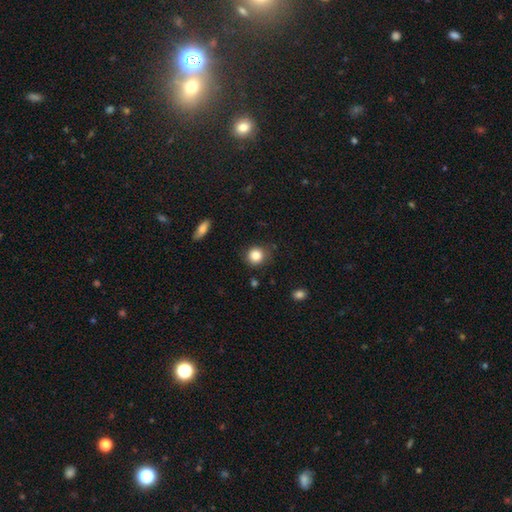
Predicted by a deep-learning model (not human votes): smooth_or_featured: smooth (p=0.85) [alt: star or artifact p=0.10]
how_rounded: round (p=0.88) [alt: in between p=0.11]
merging: none (p=0.83) [alt: minor disturbance p=0.13]